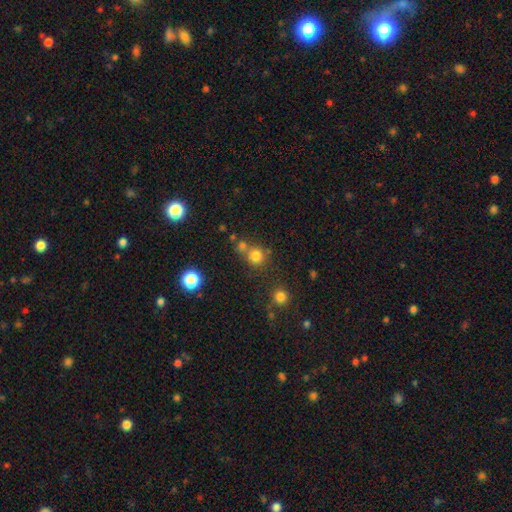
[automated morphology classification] Overall: smooth (77%). How rounded: round (90%). Merging: none (65%).